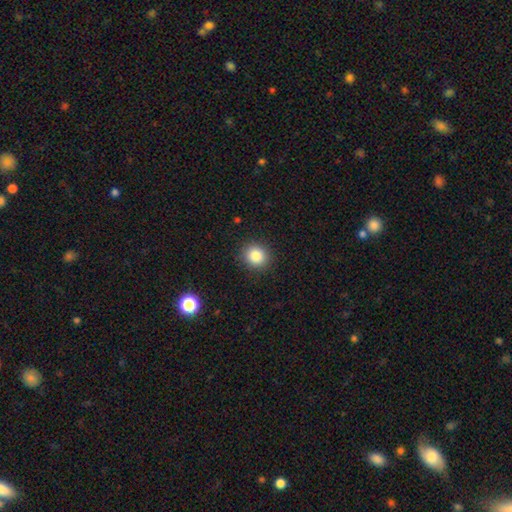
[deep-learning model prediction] A smooth galaxy with no disk features (85%) that is round (86%).

Vote fractions:
- Smooth or featured? smooth: 85% / star or artifact: 10% / featured or disk: 5%
- How rounded? round: 86% / in between: 13% / cigar-shaped: 1%
- Merging? none: 90% / minor disturbance: 6% / major disturbance: 2% / merger: 1%